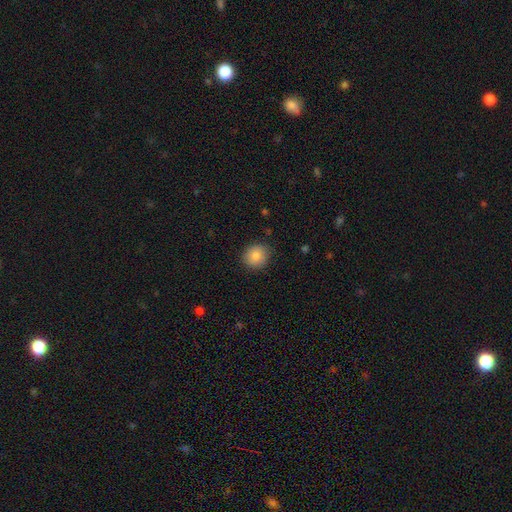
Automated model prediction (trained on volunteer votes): A smooth galaxy with no disk features (85%) that is round (80%). Merging: none (86%).